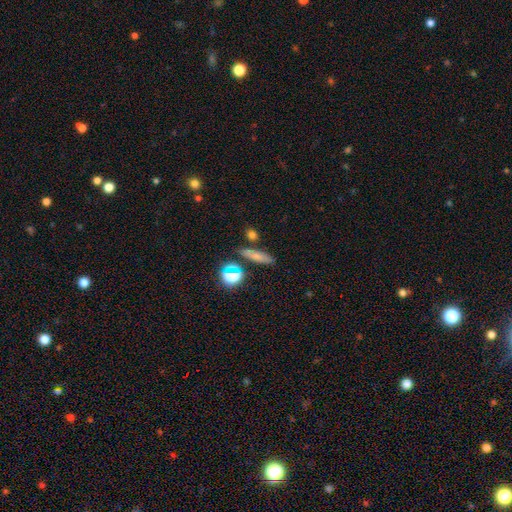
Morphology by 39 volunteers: A smooth galaxy with no disk features (64%) that is cigar-shaped (76%). Merging: none (74%).